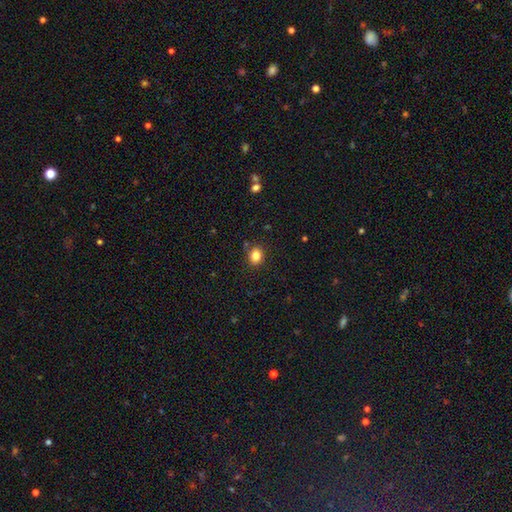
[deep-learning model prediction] A smooth galaxy with no disk features (84%) that is round (57%). Merging: none (83%).